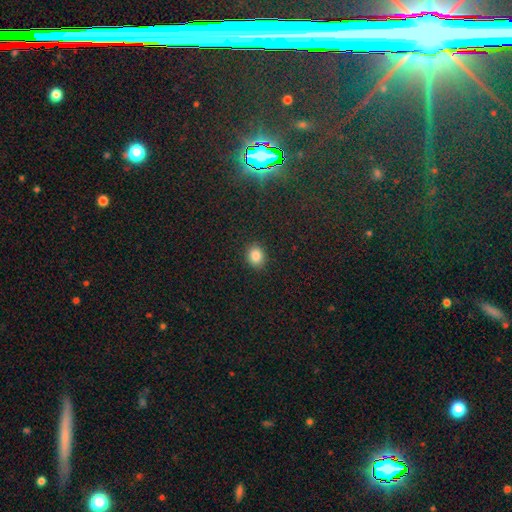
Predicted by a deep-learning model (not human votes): smooth 85%, star or artifact 11%, featured or disk 4%. Down the decision tree: how rounded — round (63%); merging — none (90%).